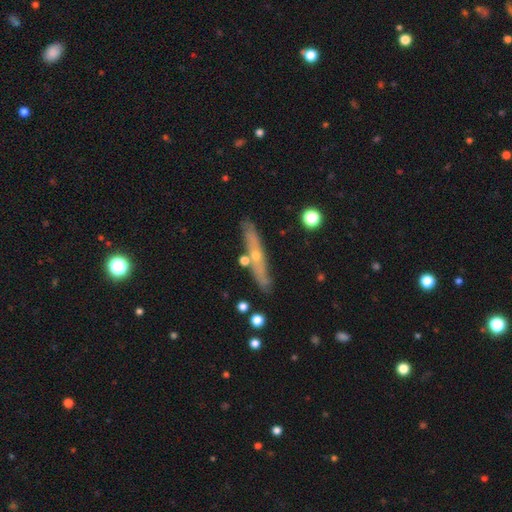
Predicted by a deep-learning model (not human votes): Smooth or featured: featured or disk — 55% (smooth — 38%)
Edge-on disk: yes — 82% (no — 18%)
Merging: none — 80% (minor disturbance — 12%)